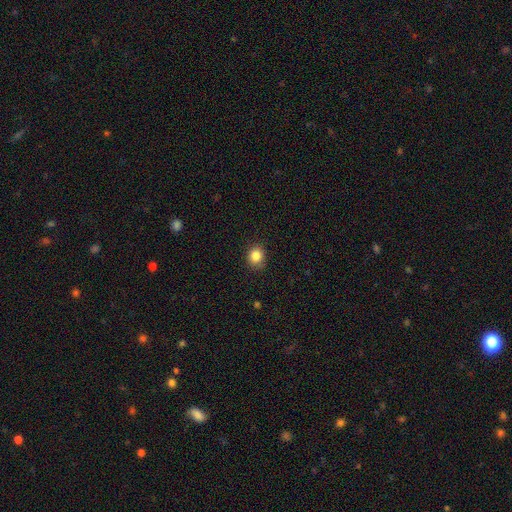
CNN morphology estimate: The model was most divided on "how rounded": round: 78%, in between: 21%, cigar-shaped: 1%. More confident: merging — none (86%); smooth or featured — smooth (85%).